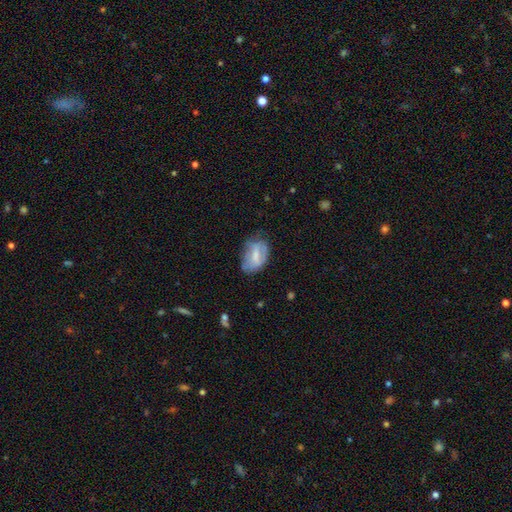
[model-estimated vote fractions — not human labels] This appears to be a smooth galaxy with no disk features (51%) that is in between round and cigar-shaped (87%). Merging: none (54%).